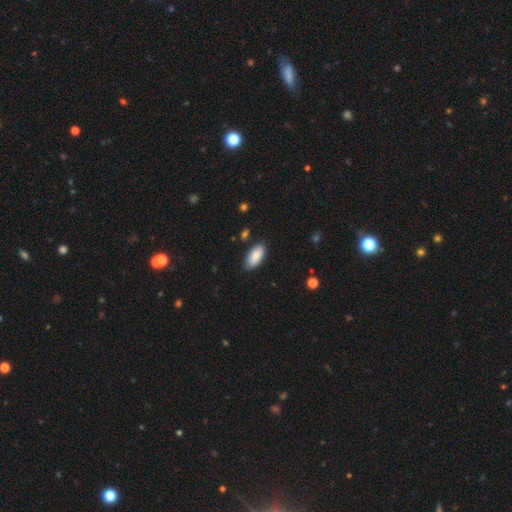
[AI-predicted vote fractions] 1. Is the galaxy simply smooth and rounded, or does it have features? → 87% smooth, 7% featured or disk, 6% star or artifact.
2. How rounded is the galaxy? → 91% in between, 7% cigar-shaped, 2% round.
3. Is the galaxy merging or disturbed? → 83% none, 13% minor disturbance, 2% major disturbance, 2% merger.